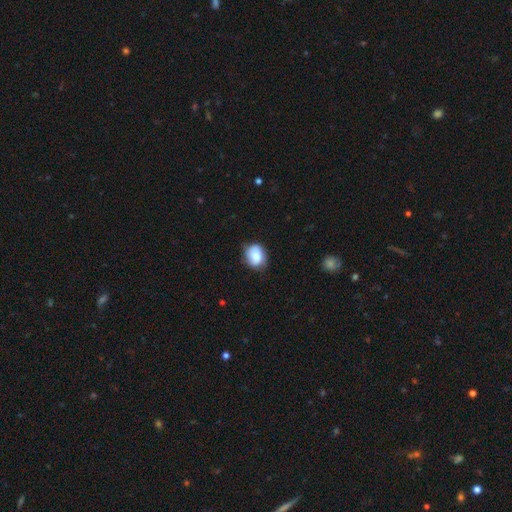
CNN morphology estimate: Smooth or featured? Predicted: smooth (p=0.79). How rounded? Predicted: in between (p=0.52). Merging? Predicted: none (p=0.65).